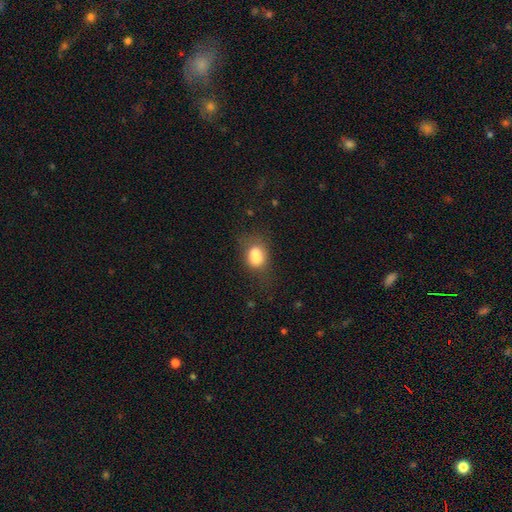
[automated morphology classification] type=smooth (71%); roundness=in between (53%); merging=merger (42%).